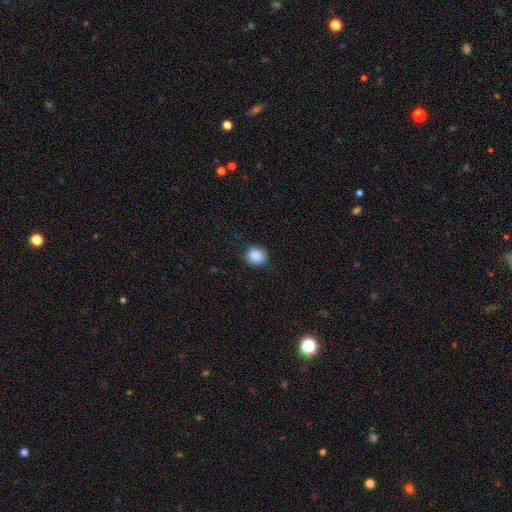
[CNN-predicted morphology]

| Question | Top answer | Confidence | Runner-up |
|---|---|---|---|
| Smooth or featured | smooth | 87% | star or artifact (9%) |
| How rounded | round | 65% | in between (34%) |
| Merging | none | 80% | minor disturbance (15%) |